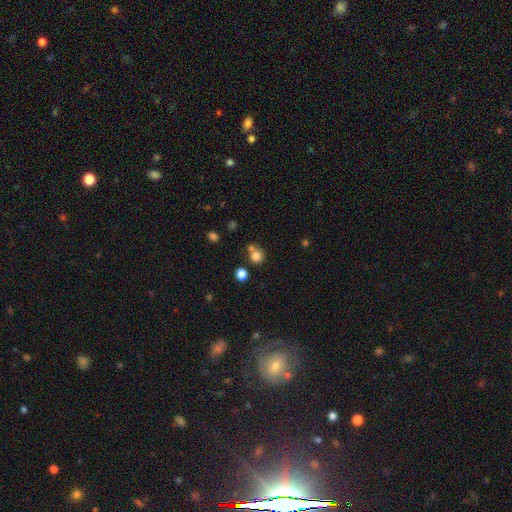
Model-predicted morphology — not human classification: A smooth galaxy with no disk features (79%) that is round (88%).

Vote fractions:
- Smooth or featured? smooth: 79% / star or artifact: 14% / featured or disk: 7%
- How rounded? round: 88% / in between: 11% / cigar-shaped: 1%
- Merging? none: 59% / merger: 28% / minor disturbance: 9% / major disturbance: 4%